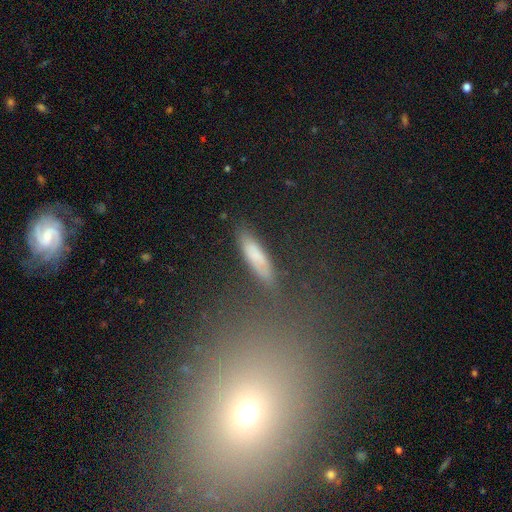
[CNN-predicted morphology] Smooth or featured: smooth — 67% (featured or disk — 22%)
How rounded: cigar-shaped — 79% (in between — 19%)
Merging: none — 80% (minor disturbance — 13%)